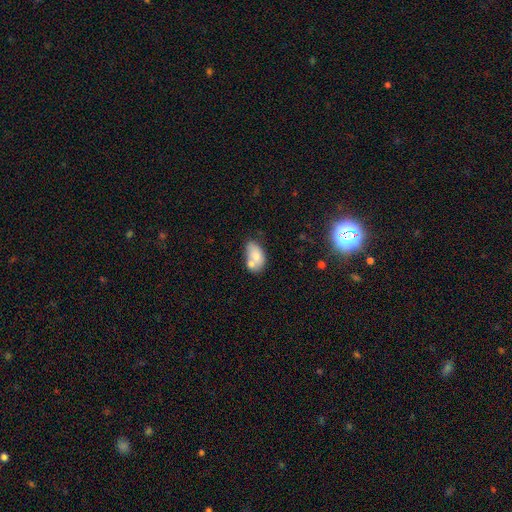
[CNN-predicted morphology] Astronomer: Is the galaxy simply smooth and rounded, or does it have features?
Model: smooth — 73%.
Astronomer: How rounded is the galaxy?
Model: in between — 90%.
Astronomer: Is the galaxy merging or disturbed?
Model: none — 38% (runner-up: merger, 37%).